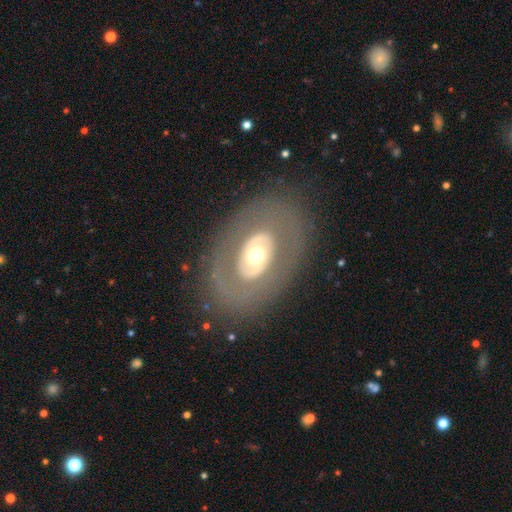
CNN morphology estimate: featured or disk 61%, smooth 33%, star or artifact 6%. Down the decision tree: edge-on disk — no (91%); bar — no (85%); spiral arms — no (87%); bulge size — moderate (63%); merging — none (81%).